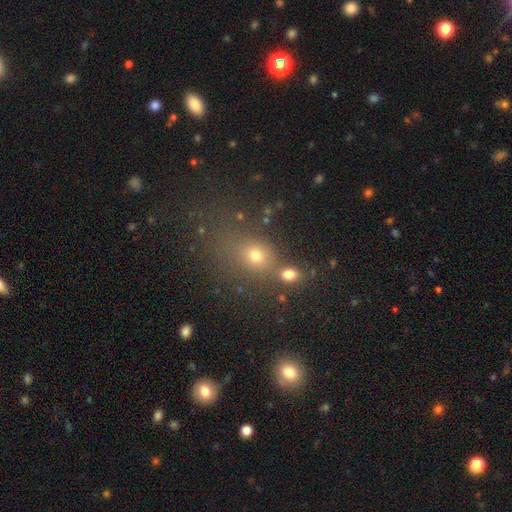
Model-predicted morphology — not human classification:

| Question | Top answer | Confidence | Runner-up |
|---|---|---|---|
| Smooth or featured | smooth | 66% | star or artifact (22%) |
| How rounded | round | 50% | in between (47%) |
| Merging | none | 55% | merger (23%) |